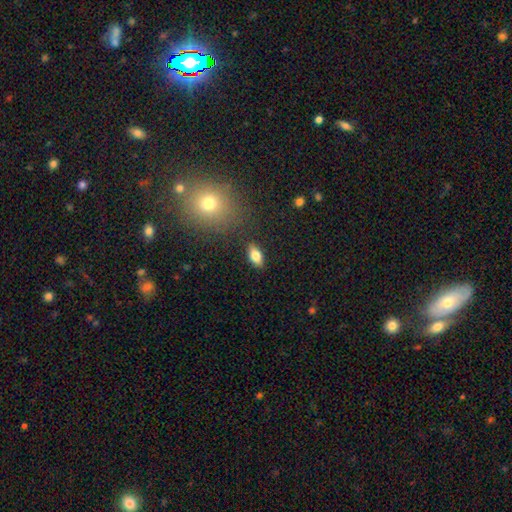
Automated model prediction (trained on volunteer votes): smooth 79%, featured or disk 13%, star or artifact 8%. Down the decision tree: how rounded — in between (88%); merging — none (87%).